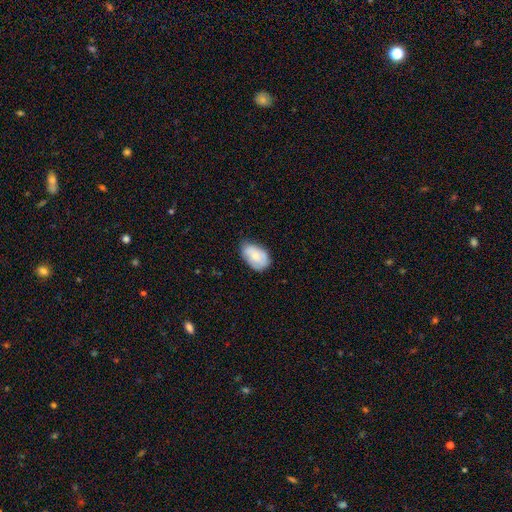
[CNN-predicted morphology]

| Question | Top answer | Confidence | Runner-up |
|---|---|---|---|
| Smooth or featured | smooth | 72% | featured or disk (21%) |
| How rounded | in between | 89% | round (9%) |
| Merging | none | 59% | minor disturbance (33%) |